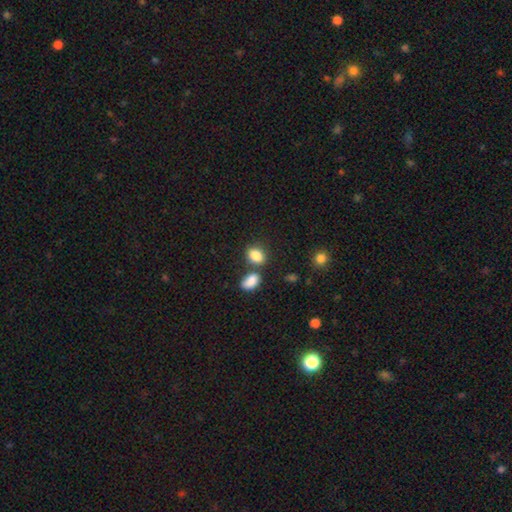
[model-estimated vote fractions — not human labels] This appears to be a smooth galaxy with no disk features (86%) that is in between round and cigar-shaped (71%). Merging: none (58%).